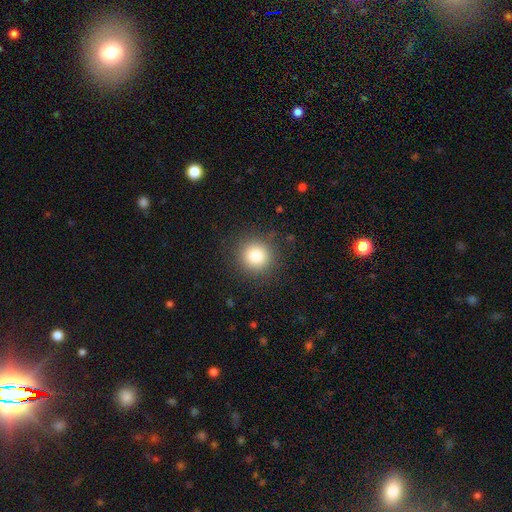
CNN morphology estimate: A smooth galaxy with no disk features (82%) that is round (93%).

Vote fractions:
- Smooth or featured? smooth: 82% / star or artifact: 11% / featured or disk: 7%
- How rounded? round: 93% / in between: 6% / cigar-shaped: 1%
- Merging? none: 89% / minor disturbance: 7% / major disturbance: 3% / merger: 1%